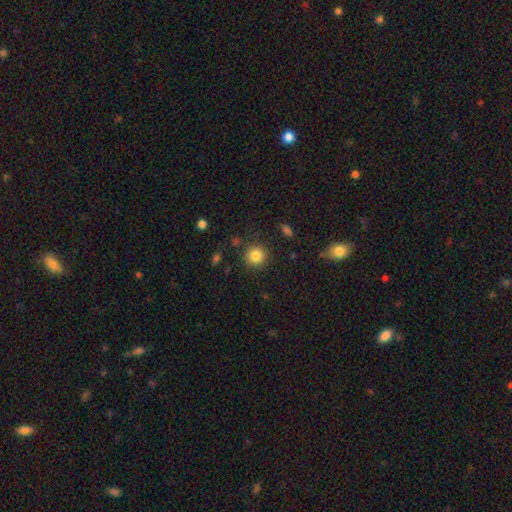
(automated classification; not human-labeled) A smooth galaxy with no disk features (84%) that is round (92%). Merging: none (87%).